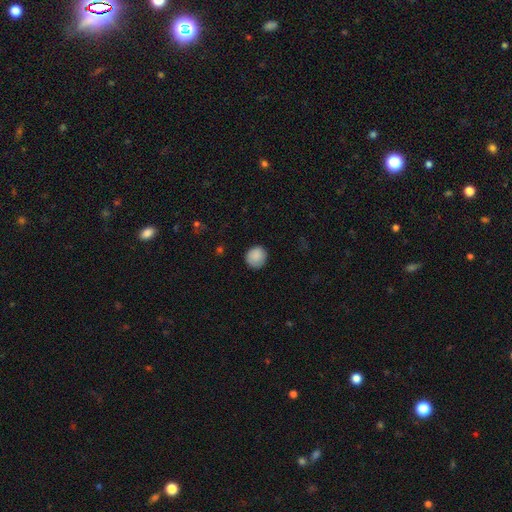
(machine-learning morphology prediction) smooth_or_featured: smooth (p=0.89) [alt: star or artifact p=0.08]
how_rounded: round (p=0.86) [alt: in between p=0.13]
merging: none (p=0.86) [alt: minor disturbance p=0.11]